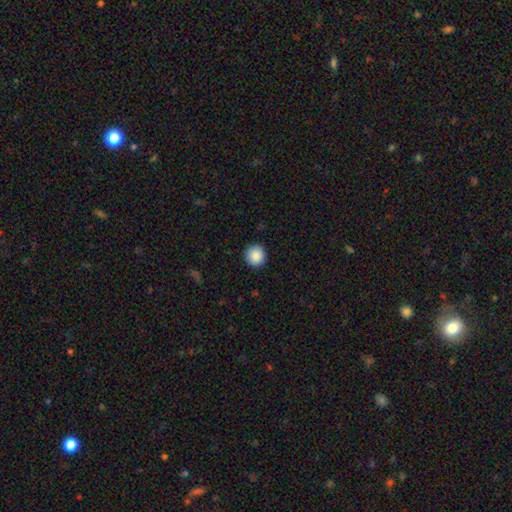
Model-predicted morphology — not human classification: Smooth or featured? smooth (88%)
How rounded? round (95%)
Merging? none (92%)